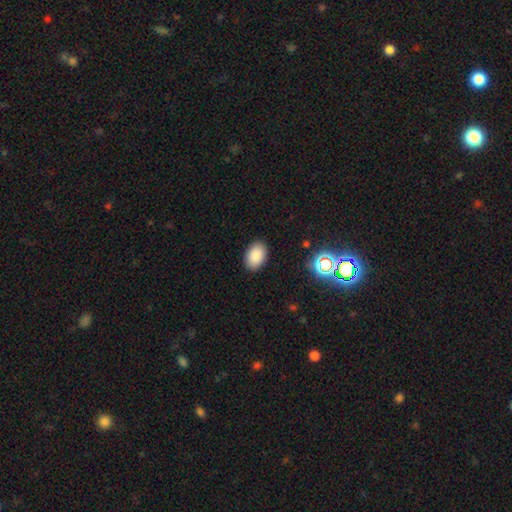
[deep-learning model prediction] Smooth or featured? smooth (88%)
How rounded? in between (90%)
Merging? none (89%)